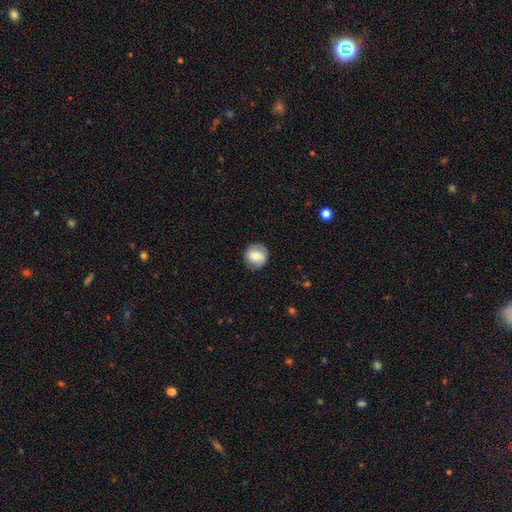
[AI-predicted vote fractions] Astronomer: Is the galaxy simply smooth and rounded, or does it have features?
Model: smooth — 71%.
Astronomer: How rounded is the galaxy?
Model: round — 89%.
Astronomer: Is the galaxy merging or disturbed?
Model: none — 84%.